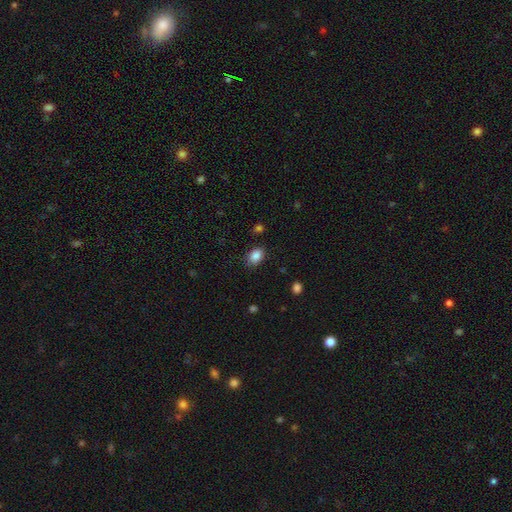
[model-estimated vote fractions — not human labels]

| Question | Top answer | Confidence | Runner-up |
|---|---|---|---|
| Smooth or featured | smooth | 87% | star or artifact (9%) |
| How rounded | in between | 81% | round (18%) |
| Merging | none | 83% | minor disturbance (12%) |